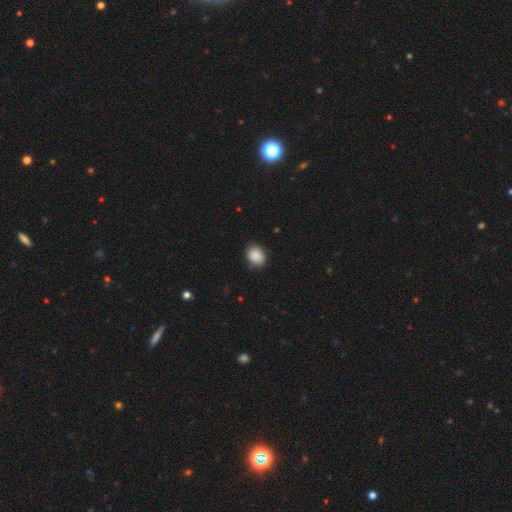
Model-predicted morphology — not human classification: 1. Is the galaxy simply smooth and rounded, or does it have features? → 89% smooth, 8% star or artifact, 3% featured or disk.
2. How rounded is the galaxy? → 52% in between, 47% round, 1% cigar-shaped.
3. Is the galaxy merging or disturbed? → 85% none, 12% minor disturbance, 2% major disturbance, 1% merger.